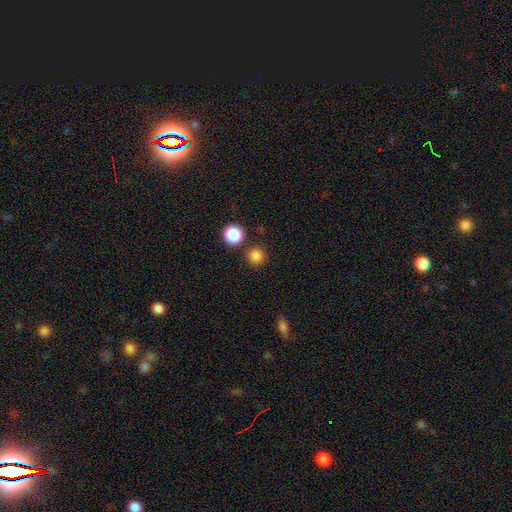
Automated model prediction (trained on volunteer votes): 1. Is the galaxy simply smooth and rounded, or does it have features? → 83% smooth, 14% star or artifact, 3% featured or disk.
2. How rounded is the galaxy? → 95% round, 5% in between, 1% cigar-shaped.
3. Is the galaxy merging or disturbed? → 85% none, 7% merger, 6% minor disturbance, 2% major disturbance.